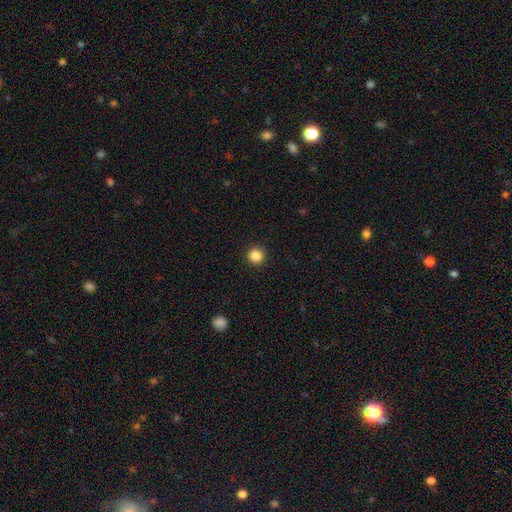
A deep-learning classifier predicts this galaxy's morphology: type=smooth (86%); roundness=round (95%); merging=none (93%).